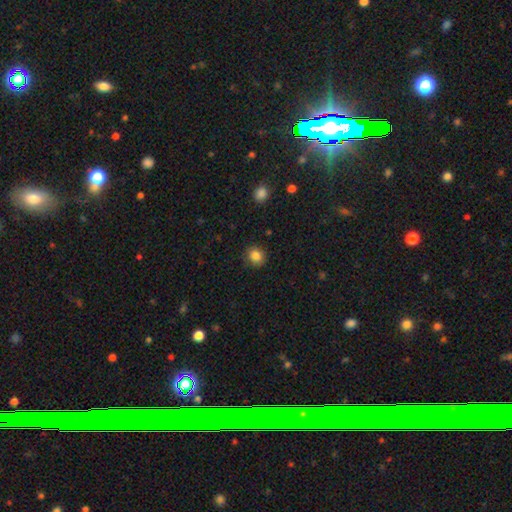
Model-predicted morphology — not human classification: Smooth or featured? Predicted: smooth (p=0.85). How rounded? Predicted: round (p=0.86). Merging? Predicted: none (p=0.90).